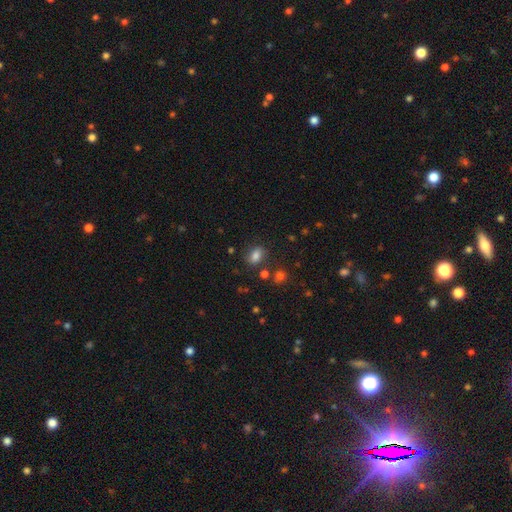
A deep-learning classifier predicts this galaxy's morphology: smooth 79%, star or artifact 12%, featured or disk 9%. Down the decision tree: how rounded — in between (75%); merging — none (77%).